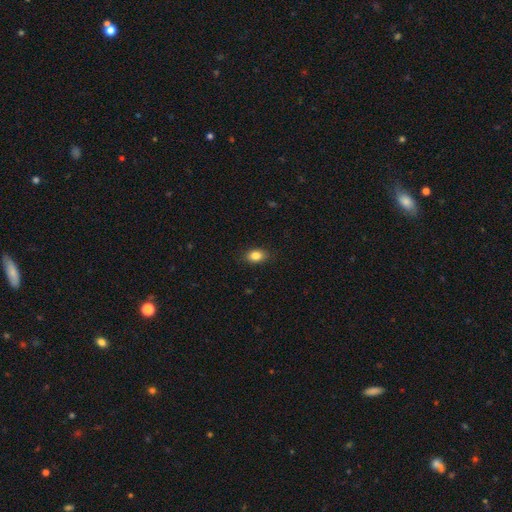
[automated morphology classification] type=smooth (85%); roundness=in between (80%); merging=none (87%).